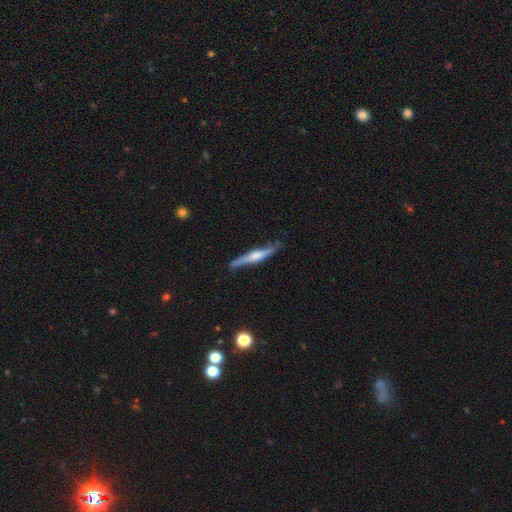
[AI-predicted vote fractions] smooth-or-featured: featured or disk: 61% | smooth: 34% | star or artifact: 5%
  disk-edge-on: yes: 93% | no: 7%
    edge-on-bulge: rounded: 62% | boxy: 22% | none: 16%
  merging: none: 75% | minor disturbance: 20% | major disturbance: 4% | merger: 2%